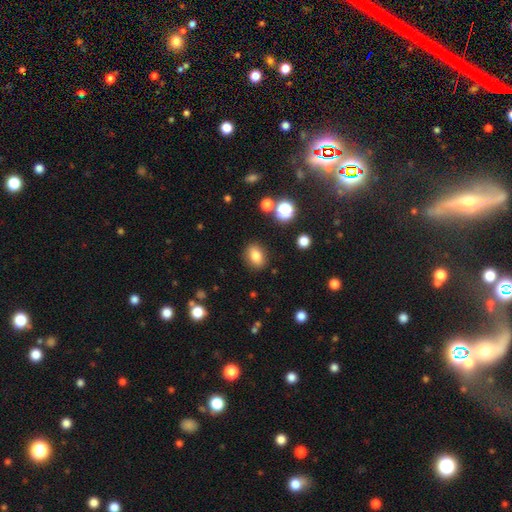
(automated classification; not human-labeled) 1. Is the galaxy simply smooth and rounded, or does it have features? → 81% smooth, 11% star or artifact, 8% featured or disk.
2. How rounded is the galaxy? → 72% in between, 26% round, 2% cigar-shaped.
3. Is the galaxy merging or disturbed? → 86% none, 9% minor disturbance, 3% major disturbance, 2% merger.